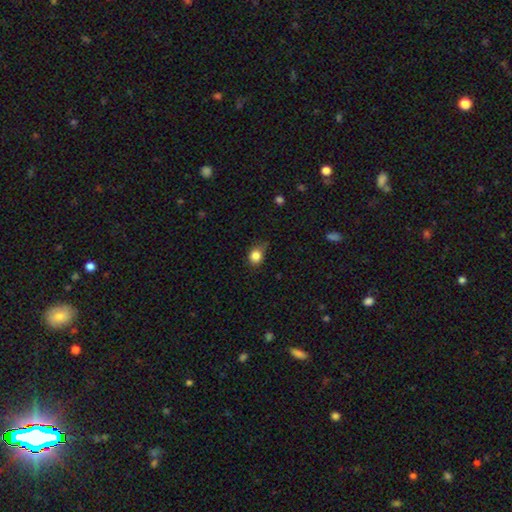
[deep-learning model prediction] smooth-or-featured: smooth: 84% | star or artifact: 11% | featured or disk: 5%
  how-rounded: round: 68% | in between: 31% | cigar-shaped: 1%
  merging: none: 62% | minor disturbance: 30% | major disturbance: 7% | merger: 2%